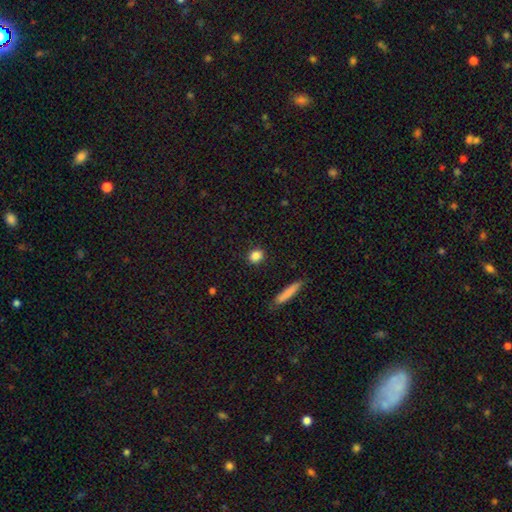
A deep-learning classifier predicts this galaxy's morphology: A smooth galaxy with no disk features (85%) that is round (66%). Merging: none (89%).